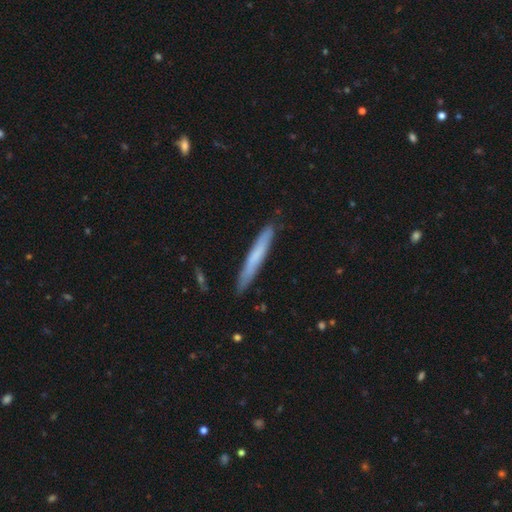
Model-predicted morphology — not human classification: Q: Smooth or featured?
A: smooth (63%); runner-up: featured or disk (31%)
Q: How rounded?
A: cigar-shaped (96%); runner-up: in between (3%)
Q: Merging?
A: none (88%); runner-up: minor disturbance (9%)